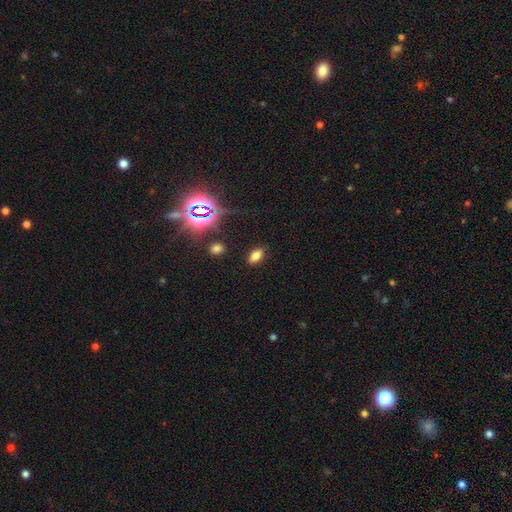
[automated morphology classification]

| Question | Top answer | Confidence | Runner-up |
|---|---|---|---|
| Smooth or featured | smooth | 73% | star or artifact (19%) |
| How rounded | in between | 88% | round (8%) |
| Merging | none | 85% | minor disturbance (10%) |